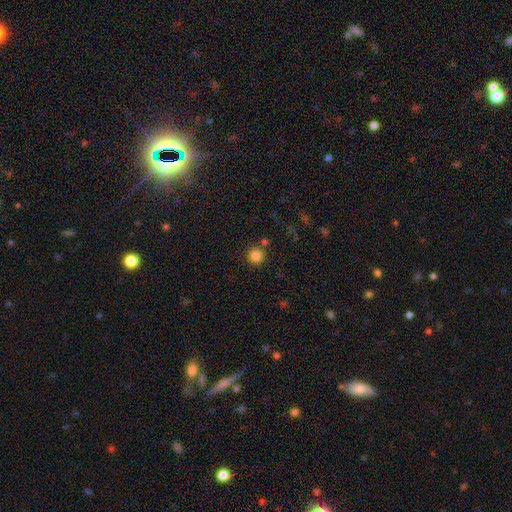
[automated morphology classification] type=smooth (84%); roundness=round (95%); merging=none (84%).